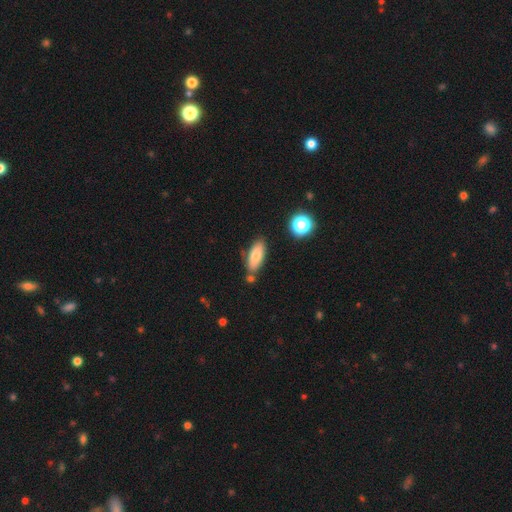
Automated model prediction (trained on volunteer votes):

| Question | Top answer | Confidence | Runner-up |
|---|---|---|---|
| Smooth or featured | smooth | 78% | featured or disk (14%) |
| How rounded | in between | 78% | cigar-shaped (19%) |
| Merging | none | 73% | minor disturbance (14%) |